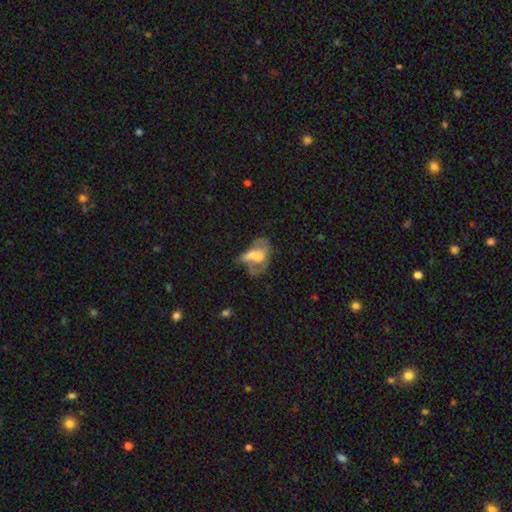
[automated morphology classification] The model was most divided on "smooth or featured": featured or disk: 46%, smooth: 43%, star or artifact: 10%. Remaining: merging — major disturbance (35%).